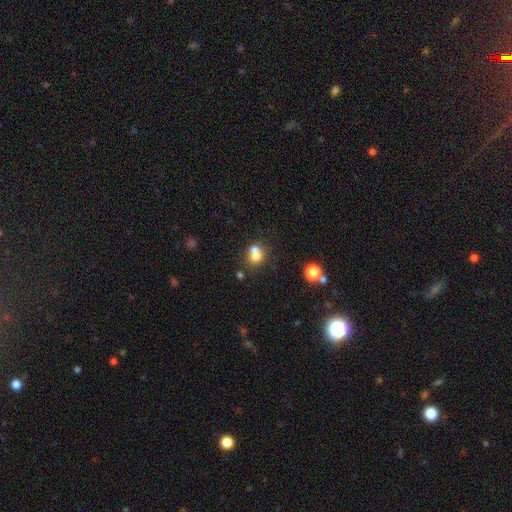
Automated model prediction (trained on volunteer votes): Morphology: type=smooth (70%); roundness=round (72%); merging=merger (53%).